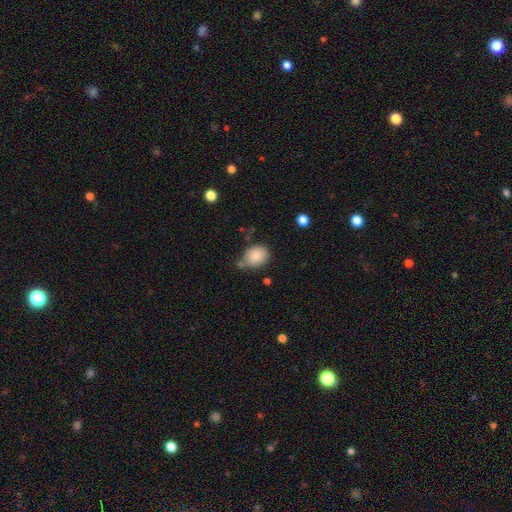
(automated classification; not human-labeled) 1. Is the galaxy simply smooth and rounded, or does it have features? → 84% smooth, 8% star or artifact, 8% featured or disk.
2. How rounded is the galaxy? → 51% round, 48% in between, 1% cigar-shaped.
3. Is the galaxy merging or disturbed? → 60% none, 23% minor disturbance, 11% merger, 5% major disturbance.